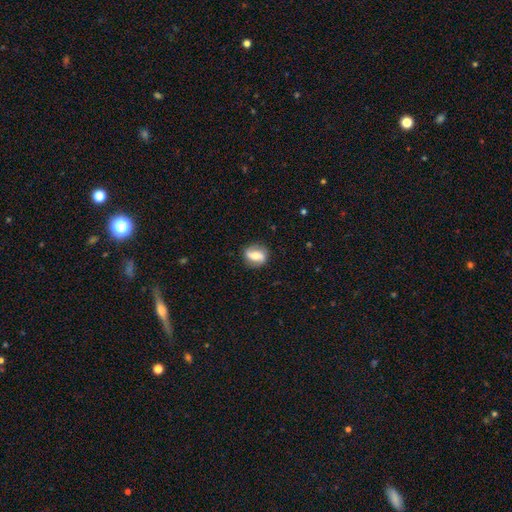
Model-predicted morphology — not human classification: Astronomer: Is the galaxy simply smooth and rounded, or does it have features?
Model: featured or disk — 52% (runner-up: smooth, 41%).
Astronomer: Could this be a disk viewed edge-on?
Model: no — 94%.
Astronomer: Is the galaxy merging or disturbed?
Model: none — 82%.